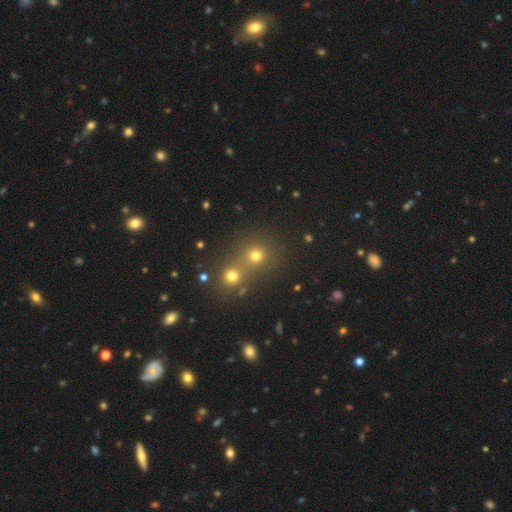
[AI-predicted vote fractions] This is likely a smooth galaxy (72%). How rounded: clearly round (88%). Merging: possibly none (50%).